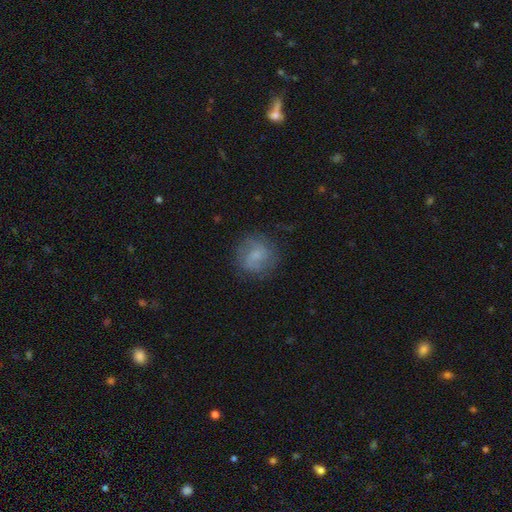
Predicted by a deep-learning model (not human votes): smooth-or-featured: smooth: 53% | featured or disk: 38% | star or artifact: 9%
  how-rounded: round: 84% | in between: 15% | cigar-shaped: 1%
  merging: none: 75% | minor disturbance: 16% | major disturbance: 7% | merger: 1%